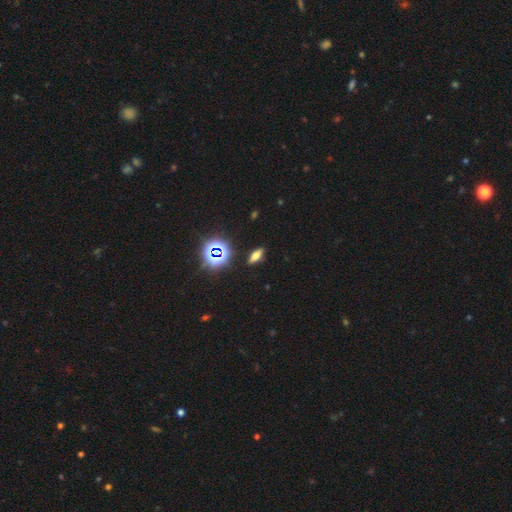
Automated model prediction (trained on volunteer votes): smooth-or-featured: smooth: 53% | star or artifact: 25% | featured or disk: 22%
  how-rounded: in between: 54% | cigar-shaped: 37% | round: 9%
  merging: none: 89% | minor disturbance: 7% | major disturbance: 2% | merger: 1%